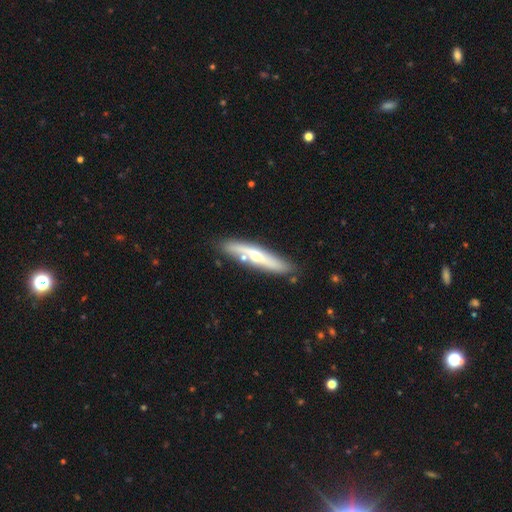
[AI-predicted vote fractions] This appears to be a featured or disk galaxy (59%) viewed edge-on (72%). Merging: none (75%).